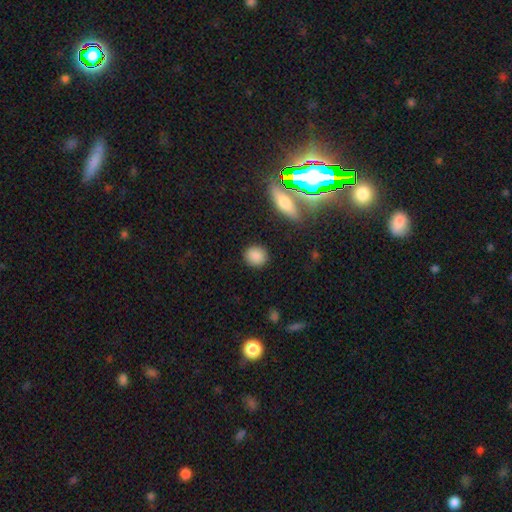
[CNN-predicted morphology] Smooth or featured: smooth — 87% (star or artifact — 9%)
How rounded: round — 81% (in between — 17%)
Merging: none — 89% (minor disturbance — 7%)